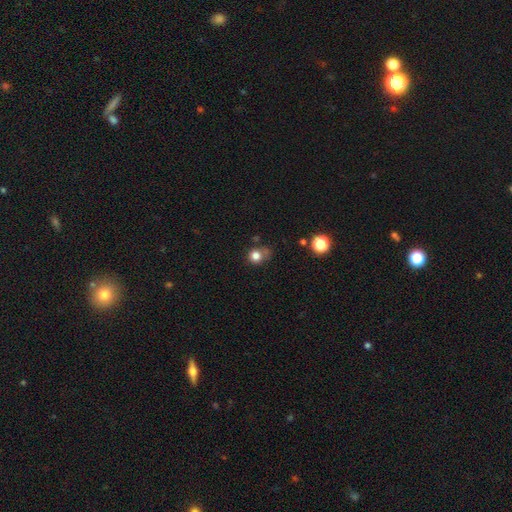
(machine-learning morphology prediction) Q: Smooth or featured?
A: smooth (79%); runner-up: star or artifact (14%)
Q: How rounded?
A: round (80%); runner-up: in between (19%)
Q: Merging?
A: none (54%); runner-up: minor disturbance (25%)